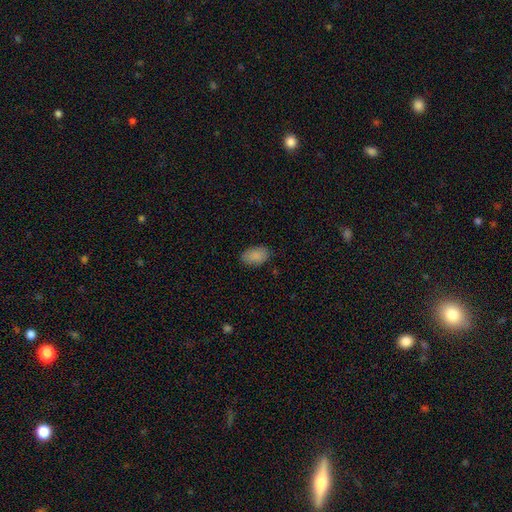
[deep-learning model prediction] This is clearly a smooth galaxy (88%). How rounded: clearly in between (92%). Merging: clearly none (84%).